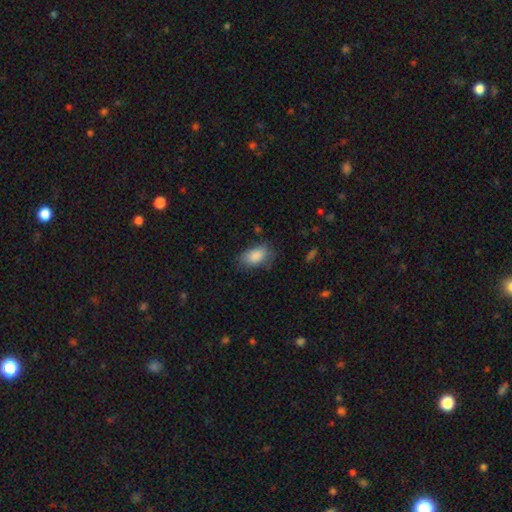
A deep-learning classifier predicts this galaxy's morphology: Smooth or featured?
  - smooth: 87% *
  - star or artifact: 7%
  - featured or disk: 6%
How rounded?
  - in between: 91% *
  - round: 6%
  - cigar-shaped: 2%
Merging?
  - none: 70% *
  - minor disturbance: 22%
  - major disturbance: 6%
  - merger: 2%